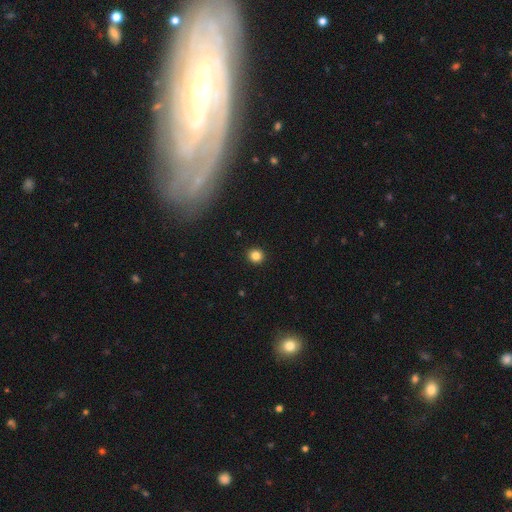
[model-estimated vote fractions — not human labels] This is clearly a smooth galaxy (83%). How rounded: clearly round (93%). Merging: clearly none (93%).